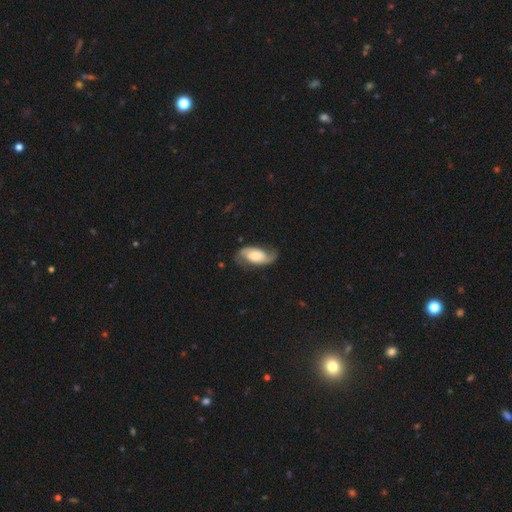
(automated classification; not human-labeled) This is likely a featured or disk galaxy (74%). It is clearly not viewed edge-on (95%). Bar: likely no (65%). Spiral arm pattern: clearly yes (93%). Spiral arm count: clearly 2 (90%). Spiral winding: marginally loose (41%). Central bulge: marginally moderate (42%). Merging: likely none (71%).